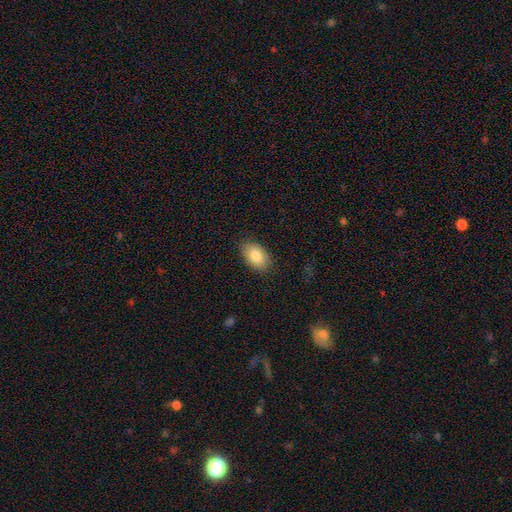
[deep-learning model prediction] A smooth galaxy with no disk features (83%) that is in between round and cigar-shaped (92%).

Vote fractions:
- Smooth or featured? smooth: 83% / featured or disk: 10% / star or artifact: 7%
- How rounded? in between: 92% / round: 7% / cigar-shaped: 1%
- Merging? none: 86% / minor disturbance: 11% / major disturbance: 2% / merger: 1%